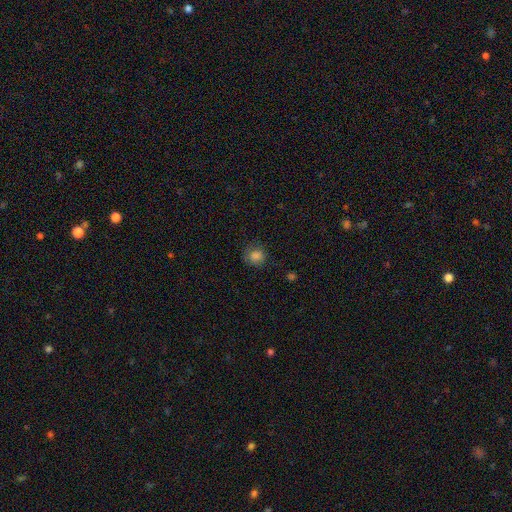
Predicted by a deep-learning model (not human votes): Smooth or featured? Predicted: smooth (p=0.81). How rounded? Predicted: round (p=0.80). Merging? Predicted: none (p=0.71).